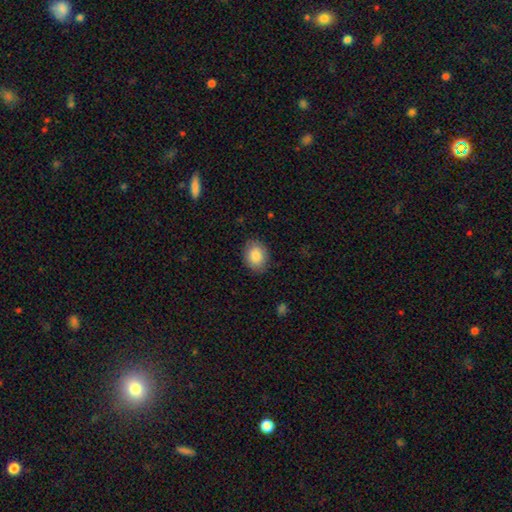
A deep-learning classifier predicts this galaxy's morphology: This appears to be a smooth galaxy with no disk features (88%) that is in between round and cigar-shaped (63%). Merging: none (85%).